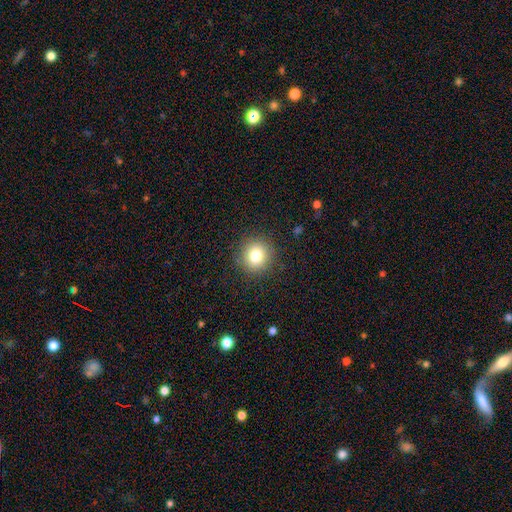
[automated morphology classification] Smooth or featured: smooth — 80% (star or artifact — 12%)
How rounded: round — 92% (in between — 7%)
Merging: none — 90% (minor disturbance — 6%)